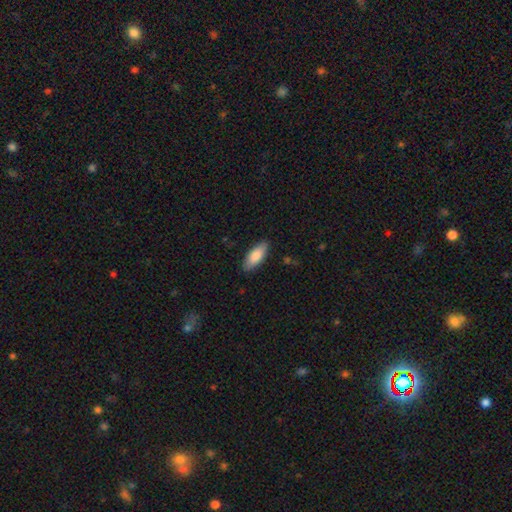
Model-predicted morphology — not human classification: Overall: smooth (84%). How rounded: in between (80%). Merging: none (86%).